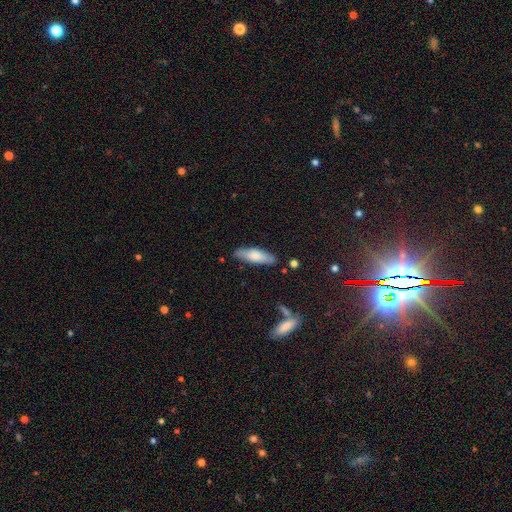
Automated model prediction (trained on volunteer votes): This appears to be a smooth galaxy with no disk features (71%) that is cigar-shaped (53%). Merging: none (83%).